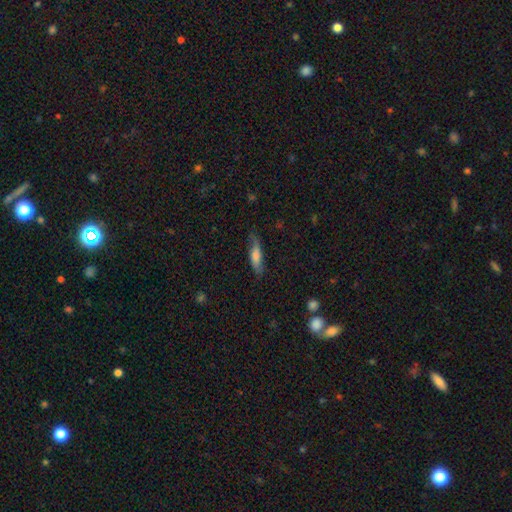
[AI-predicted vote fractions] smooth 57%, featured or disk 36%, star or artifact 7%. Down the decision tree: how rounded — cigar-shaped (65%); merging — none (72%).